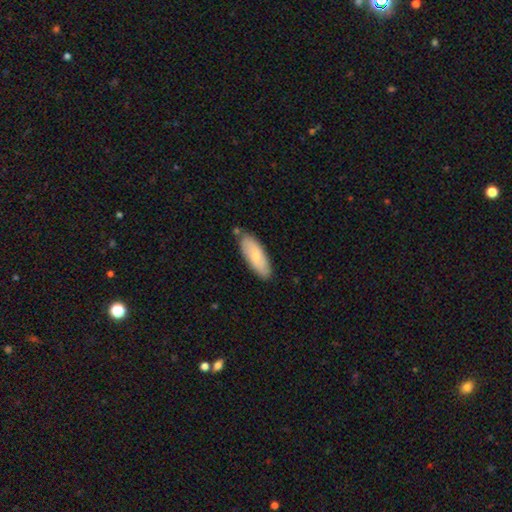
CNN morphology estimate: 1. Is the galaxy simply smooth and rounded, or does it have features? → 66% smooth, 28% featured or disk, 6% star or artifact.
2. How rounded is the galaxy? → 69% in between, 29% cigar-shaped, 2% round.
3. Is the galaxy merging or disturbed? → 78% none, 15% minor disturbance, 4% merger, 2% major disturbance.